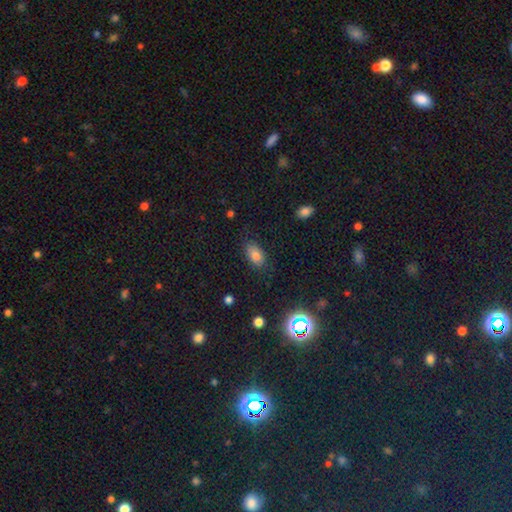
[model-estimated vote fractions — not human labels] smooth_or_featured: smooth (p=0.78) [alt: star or artifact p=0.13]
how_rounded: in between (p=0.89) [alt: round p=0.09]
merging: none (p=0.77) [alt: minor disturbance p=0.17]